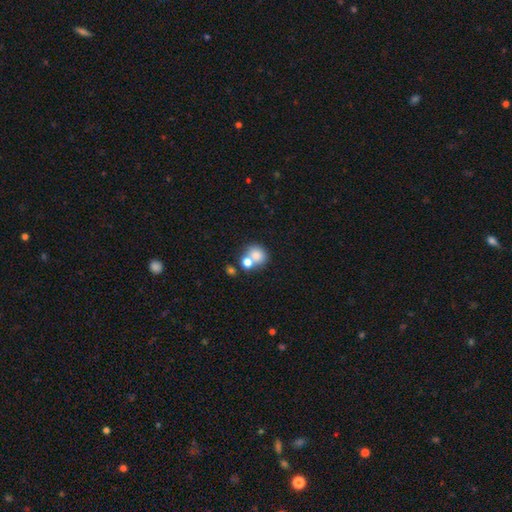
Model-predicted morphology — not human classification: Q: Smooth or featured?
A: smooth (77%); runner-up: featured or disk (12%)
Q: How rounded?
A: round (72%); runner-up: in between (27%)
Q: Merging?
A: merger (46%); runner-up: none (40%)